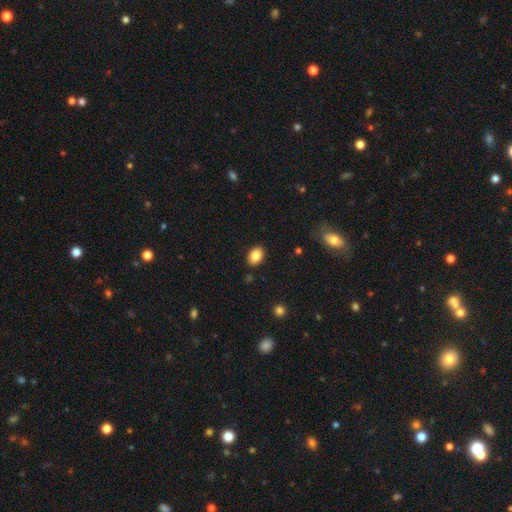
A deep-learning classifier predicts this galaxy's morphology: smooth 84%, star or artifact 9%, featured or disk 7%. Down the decision tree: how rounded — in between (78%); merging — none (88%).